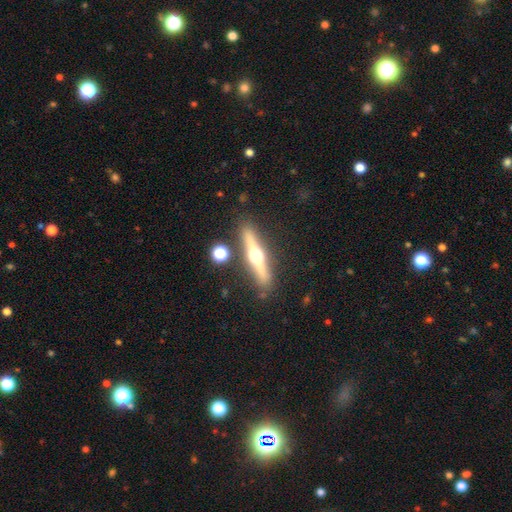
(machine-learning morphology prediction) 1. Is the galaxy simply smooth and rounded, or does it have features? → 71% featured or disk, 23% smooth, 6% star or artifact.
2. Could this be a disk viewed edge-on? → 96% yes, 4% no.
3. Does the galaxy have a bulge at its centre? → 96% rounded, 2% boxy, 2% none.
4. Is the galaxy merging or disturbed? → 85% none, 9% minor disturbance, 3% merger, 3% major disturbance.